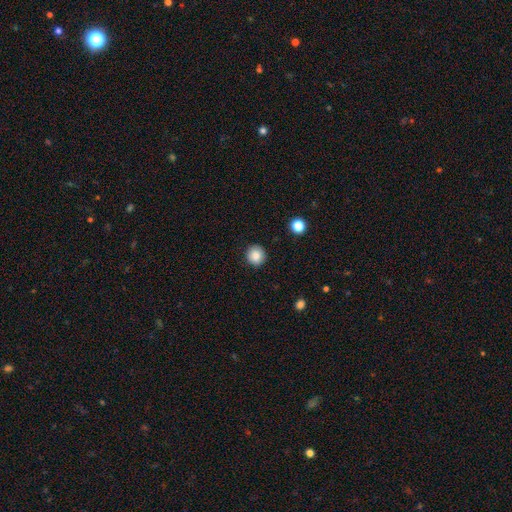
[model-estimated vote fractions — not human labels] smooth 87%, star or artifact 9%, featured or disk 4%. Down the decision tree: how rounded — round (93%); merging — none (90%).